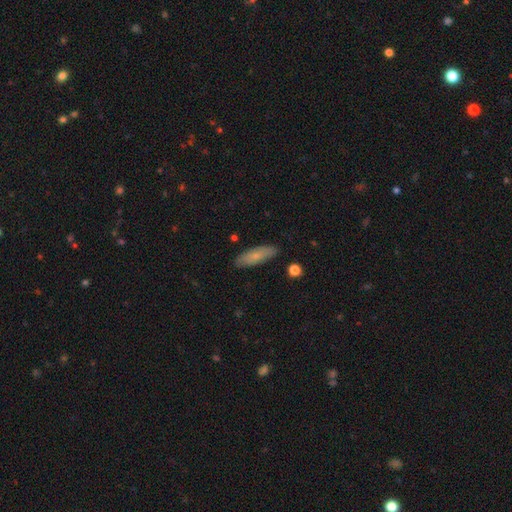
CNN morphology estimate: The model was most divided on "how rounded": in between: 52%, cigar-shaped: 46%, round: 2%. More confident: merging — none (86%); smooth or featured — smooth (71%).